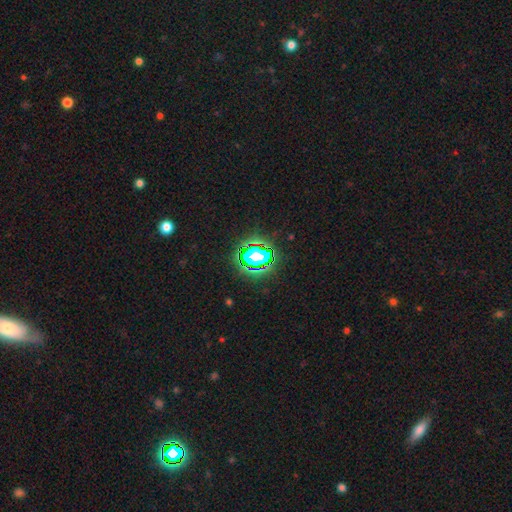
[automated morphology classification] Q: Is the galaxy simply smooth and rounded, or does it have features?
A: star or artifact — 66%.